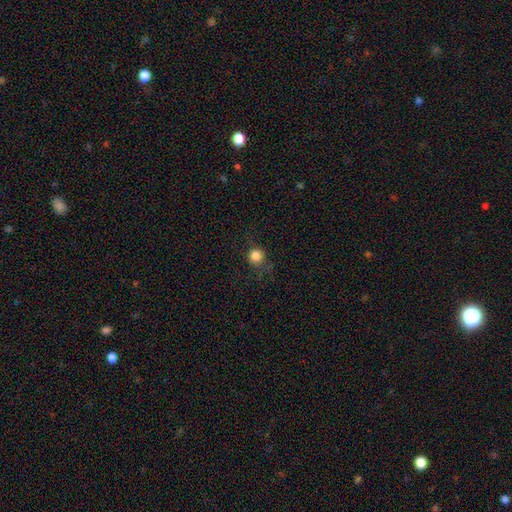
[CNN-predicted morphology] Q: Smooth or featured?
A: smooth (83%); runner-up: star or artifact (12%)
Q: How rounded?
A: round (93%); runner-up: in between (6%)
Q: Merging?
A: none (80%); runner-up: minor disturbance (14%)